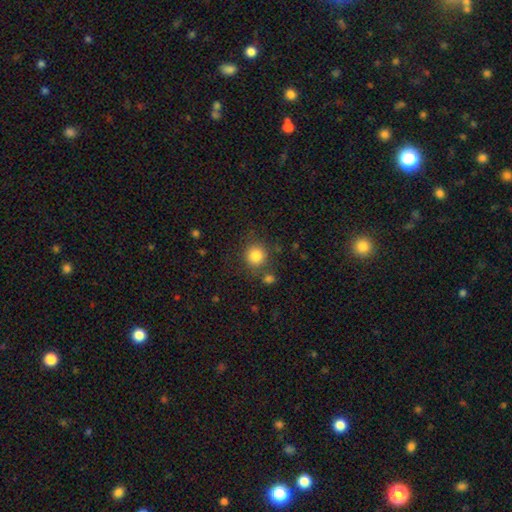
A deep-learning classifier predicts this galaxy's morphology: This appears to be a smooth galaxy with no disk features (84%) that is round (90%). Merging: none (79%).